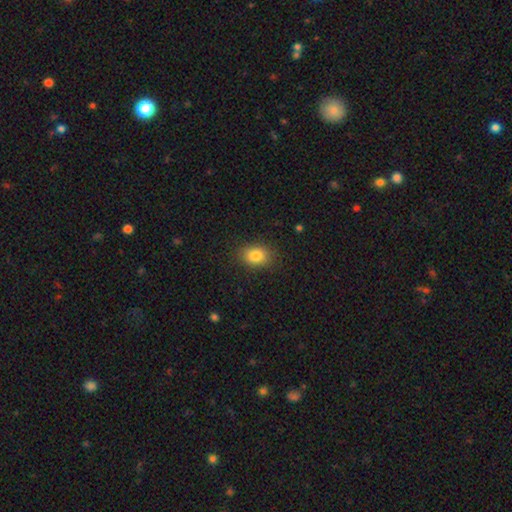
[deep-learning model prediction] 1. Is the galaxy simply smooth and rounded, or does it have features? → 84% smooth, 10% star or artifact, 7% featured or disk.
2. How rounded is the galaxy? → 72% in between, 27% round, 1% cigar-shaped.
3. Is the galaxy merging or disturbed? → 85% none, 11% minor disturbance, 3% major disturbance, 1% merger.